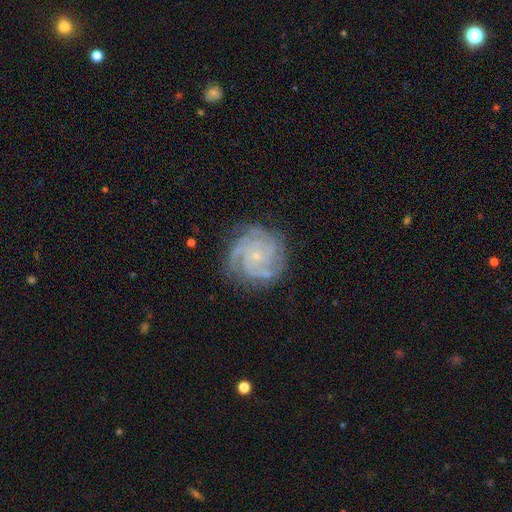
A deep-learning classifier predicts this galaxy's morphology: Smooth or featured? featured or disk (86%)
Edge-on disk? no (98%)
Bar? no (79%)
Spiral arms? yes (98%)
Spiral winding? tight (76%)
Spiral arm count? 4 (30%)
Bulge size? small (83%)
Merging? none (79%)